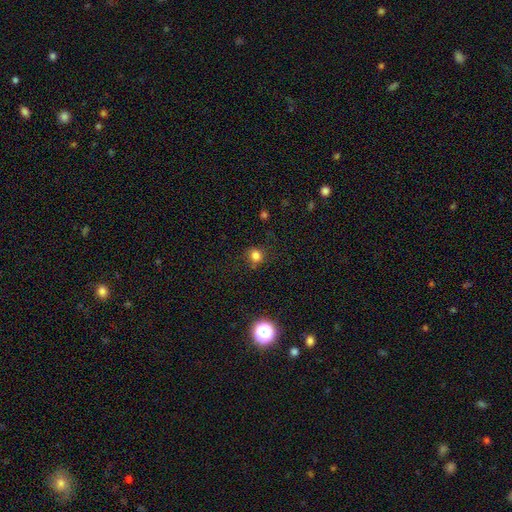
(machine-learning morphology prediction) type=smooth (78%); roundness=round (82%); merging=none (75%).